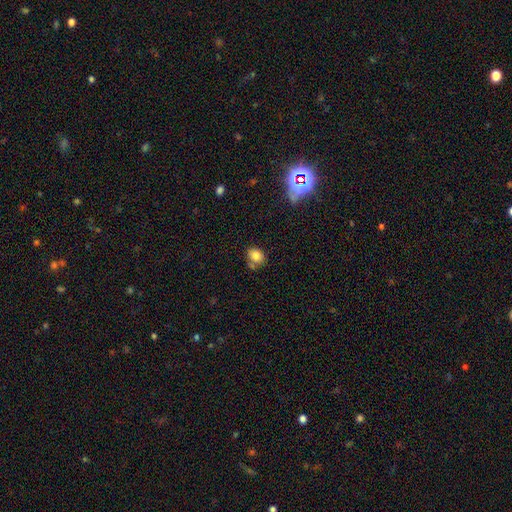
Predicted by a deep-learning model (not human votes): Smooth or featured: smooth — 80% (star or artifact — 11%)
How rounded: in between — 52% (round — 47%)
Merging: none — 63% (minor disturbance — 17%)